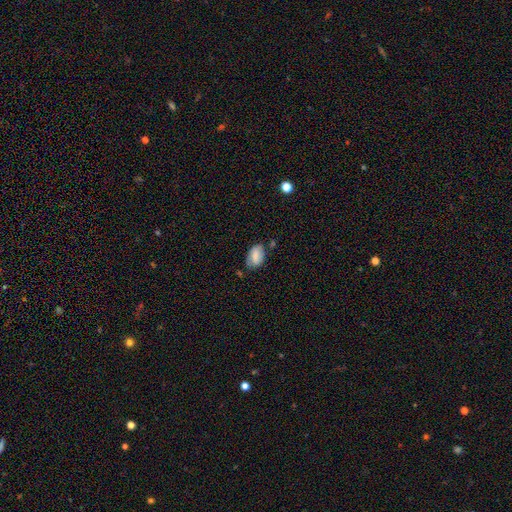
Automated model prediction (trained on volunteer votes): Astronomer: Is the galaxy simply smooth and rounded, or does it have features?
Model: smooth — 71%.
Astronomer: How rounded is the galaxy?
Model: in between — 89%.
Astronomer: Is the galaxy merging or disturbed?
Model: none — 58%.